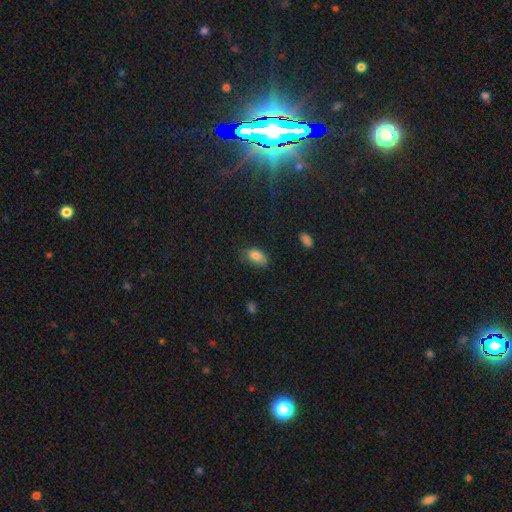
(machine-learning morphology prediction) This is clearly a smooth galaxy (84%). How rounded: clearly in between (90%). Merging: likely none (63%).